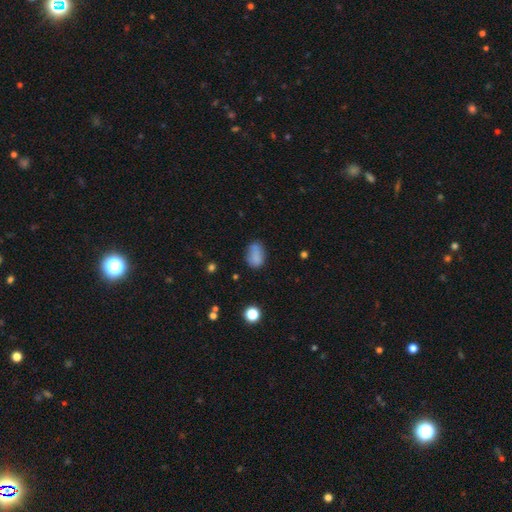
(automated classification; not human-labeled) Morphology: type=smooth (78%); roundness=in between (80%); merging=none (57%).